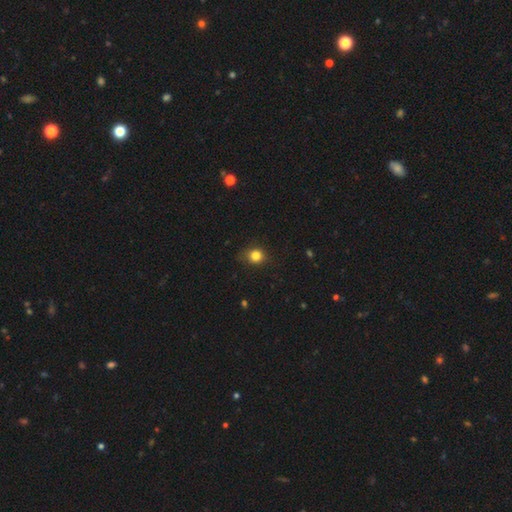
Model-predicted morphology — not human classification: This is clearly a smooth galaxy (81%). How rounded: likely round (77%). Merging: clearly none (80%).